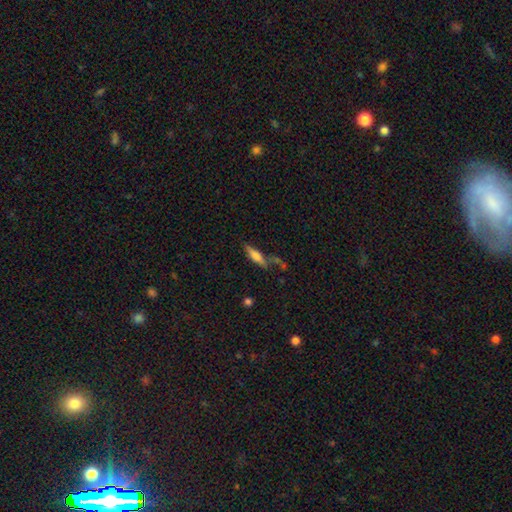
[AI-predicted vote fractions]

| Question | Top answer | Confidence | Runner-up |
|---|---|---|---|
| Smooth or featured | smooth | 63% | featured or disk (30%) |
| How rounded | cigar-shaped | 72% | in between (26%) |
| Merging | none | 62% | minor disturbance (20%) |